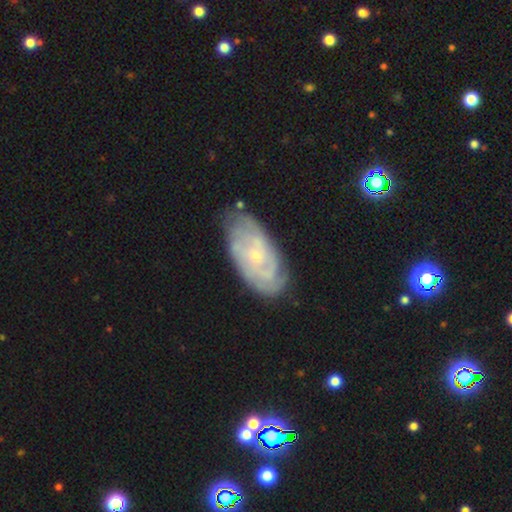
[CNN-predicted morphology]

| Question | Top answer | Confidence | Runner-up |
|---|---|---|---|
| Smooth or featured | featured or disk | 75% | smooth (18%) |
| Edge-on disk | no | 94% | yes (6%) |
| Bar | no | 75% | weak (21%) |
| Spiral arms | yes | 88% | no (12%) |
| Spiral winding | tight | 68% | medium (25%) |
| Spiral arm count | can't tell | 50% | 2 (18%) |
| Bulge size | small | 77% | moderate (19%) |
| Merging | none | 72% | minor disturbance (21%) |